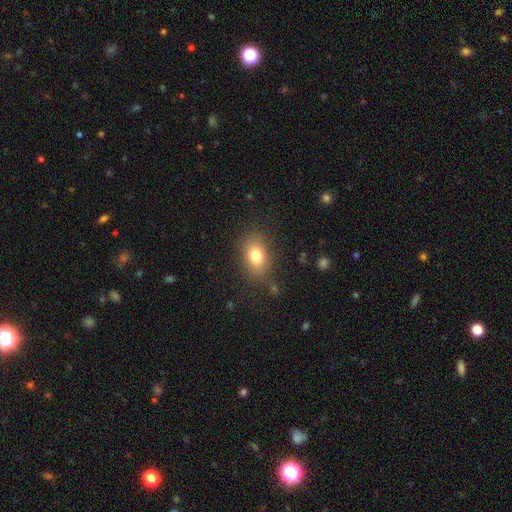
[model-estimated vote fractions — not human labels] The model was most divided on "how rounded": in between: 78%, round: 20%, cigar-shaped: 2%. More confident: merging — none (82%); smooth or featured — smooth (78%).